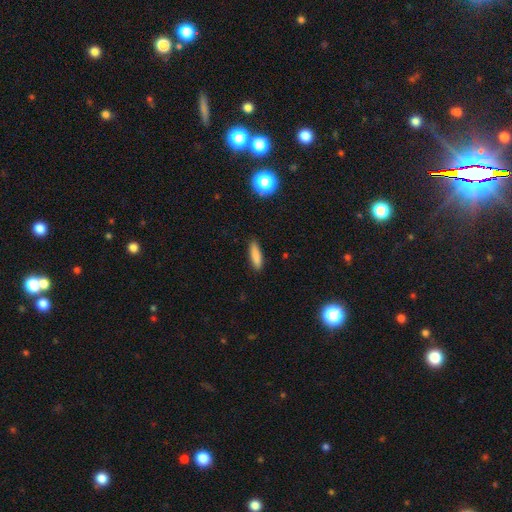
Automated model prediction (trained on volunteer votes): This appears to be a smooth galaxy with no disk features (85%) that is cigar-shaped (66%). Merging: none (87%).